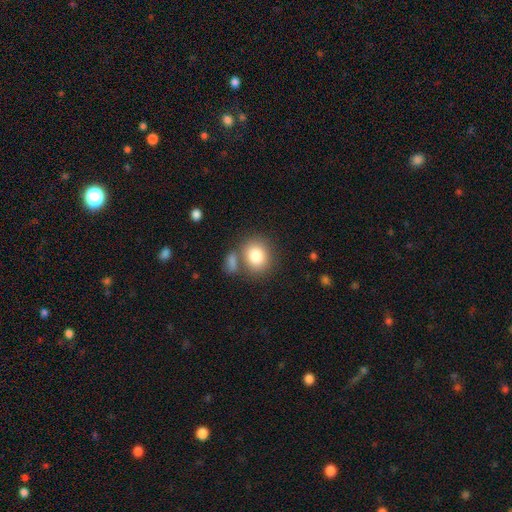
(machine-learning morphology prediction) smooth 83%, featured or disk 9%, star or artifact 8%. Down the decision tree: how rounded — round (66%); merging — none (60%).